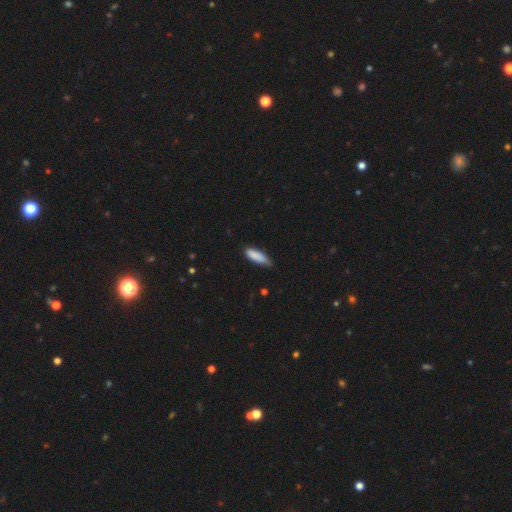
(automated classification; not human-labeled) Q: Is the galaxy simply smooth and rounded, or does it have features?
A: smooth — 86%.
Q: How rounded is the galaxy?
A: in between — 56%.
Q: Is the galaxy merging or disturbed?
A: none — 63%.